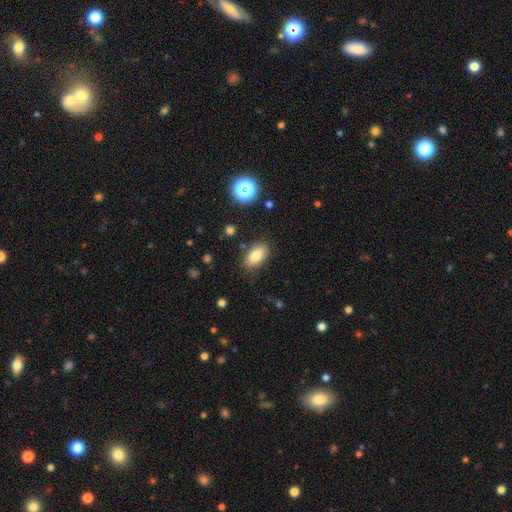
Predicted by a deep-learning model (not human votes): Morphology: type=smooth (81%); roundness=in between (90%); merging=none (84%).